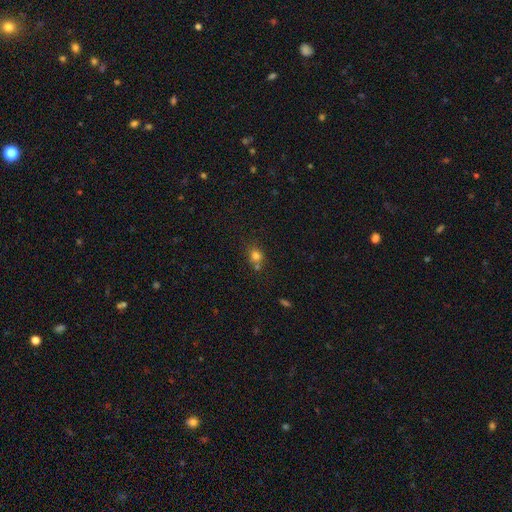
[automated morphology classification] type=smooth (76%); roundness=round (70%); merging=none (56%).